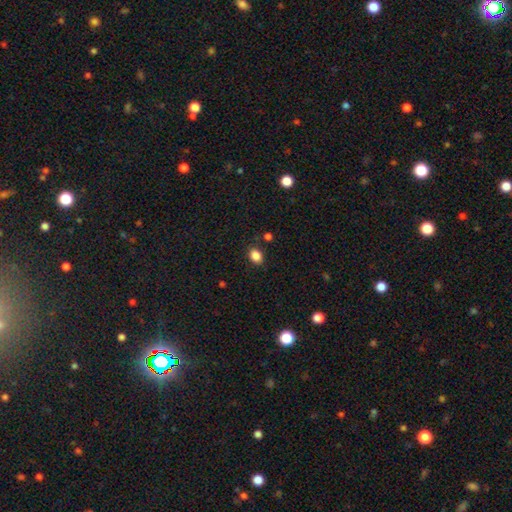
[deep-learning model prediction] Smooth or featured? smooth (86%)
How rounded? in between (68%)
Merging? none (83%)